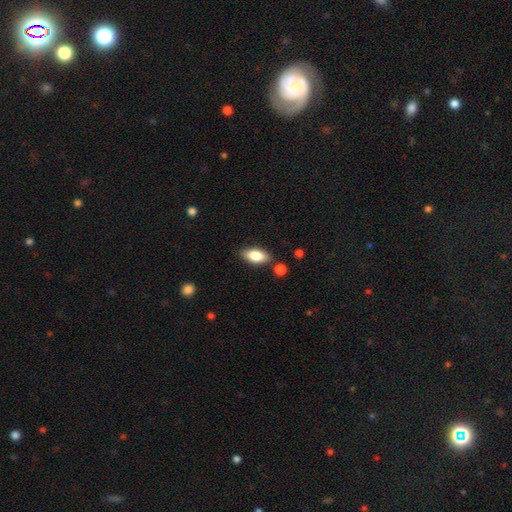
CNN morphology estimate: smooth 81%, featured or disk 12%, star or artifact 7%. Down the decision tree: how rounded — in between (88%); merging — none (81%).